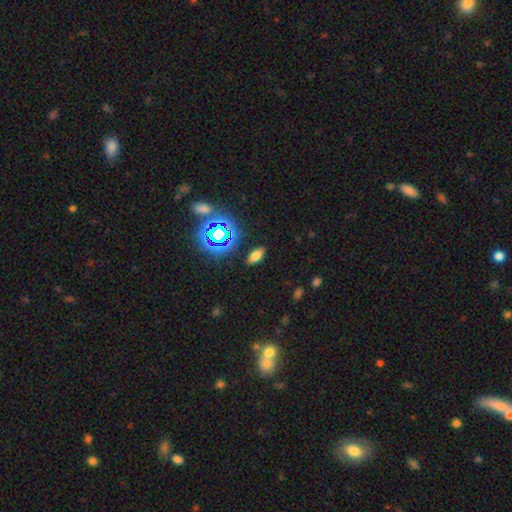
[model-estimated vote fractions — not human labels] A smooth galaxy with no disk features (62%) that is in between round and cigar-shaped (80%). Merging: none (88%).